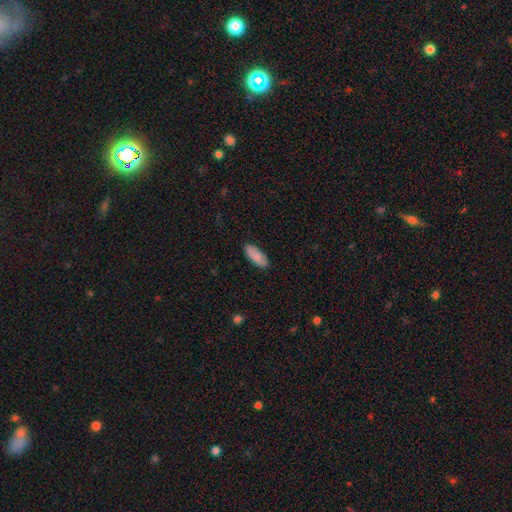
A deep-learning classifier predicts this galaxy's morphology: Overall: smooth (89%). How rounded: in between (77%). Merging: none (89%).